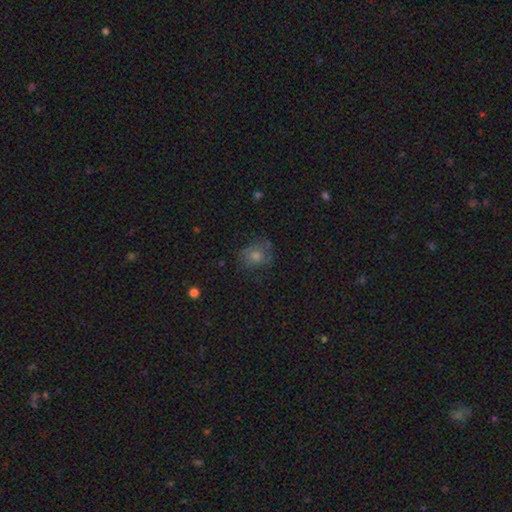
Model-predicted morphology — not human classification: The model was most divided on "smooth or featured": smooth: 50%, featured or disk: 30%, star or artifact: 21%. More confident: merging — none (68%).